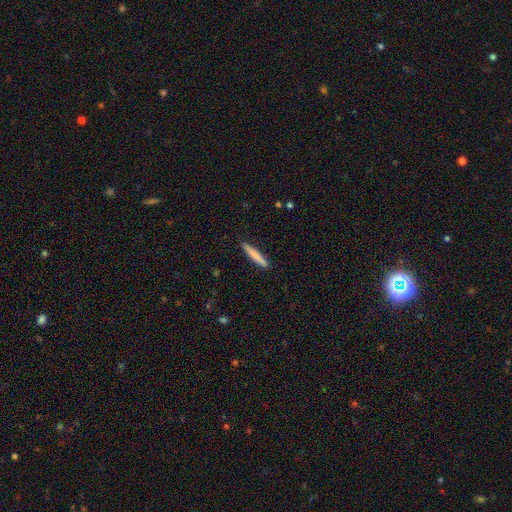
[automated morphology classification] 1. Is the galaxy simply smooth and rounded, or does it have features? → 77% smooth, 17% featured or disk, 6% star or artifact.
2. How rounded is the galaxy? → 95% cigar-shaped, 4% in between, 1% round.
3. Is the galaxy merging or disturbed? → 90% none, 7% minor disturbance, 2% major disturbance, 1% merger.